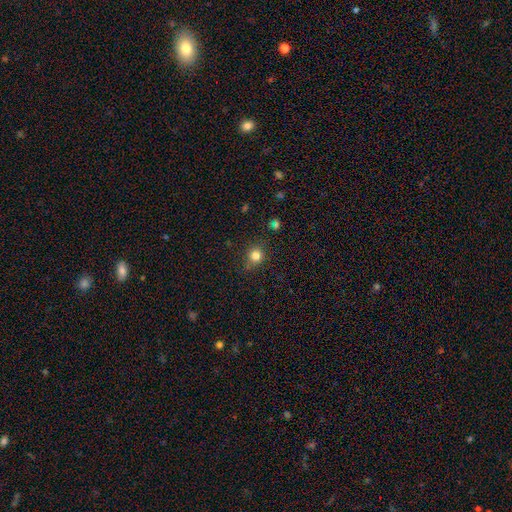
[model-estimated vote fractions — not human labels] A smooth galaxy with no disk features (81%) that is round (85%). Merging: none (78%).